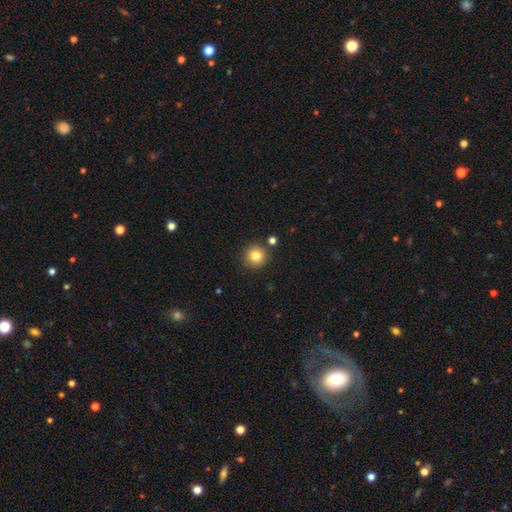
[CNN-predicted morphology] A smooth galaxy with no disk features (82%) that is round (94%). Merging: none (86%).